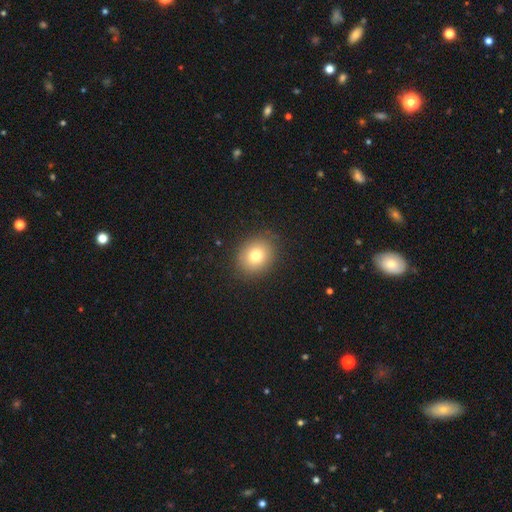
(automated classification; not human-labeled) A smooth galaxy with no disk features (78%) that is round (62%).

Vote fractions:
- Smooth or featured? smooth: 78% / featured or disk: 11% / star or artifact: 11%
- How rounded? round: 62% / in between: 37% / cigar-shaped: 1%
- Merging? none: 86% / minor disturbance: 10% / major disturbance: 3% / merger: 1%